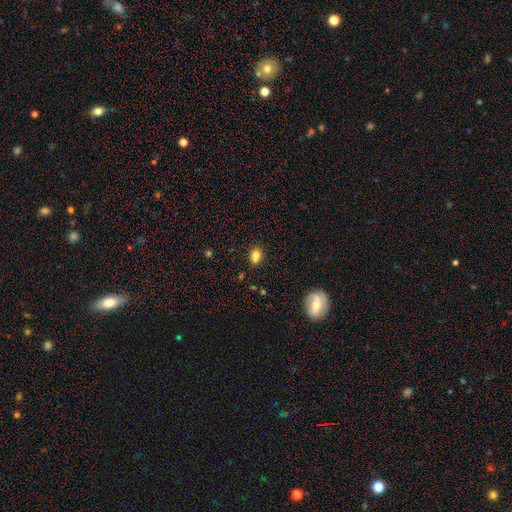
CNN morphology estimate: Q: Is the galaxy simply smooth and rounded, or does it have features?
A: smooth — 80%.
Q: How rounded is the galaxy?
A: in between — 70%.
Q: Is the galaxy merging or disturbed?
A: none — 72%.